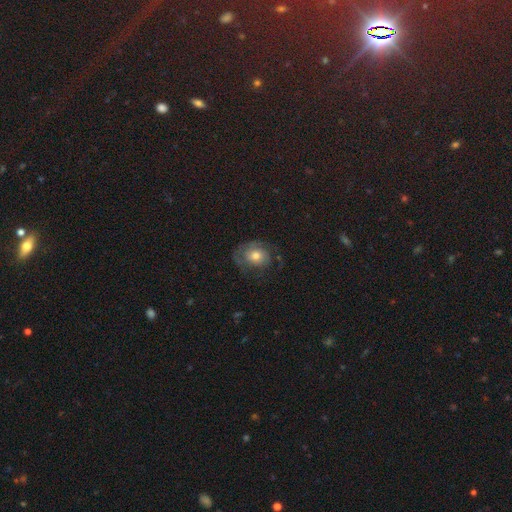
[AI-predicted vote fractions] Smooth or featured: featured or disk — 53% (smooth — 38%)
Edge-on disk: no — 97% (yes — 3%)
Bar: no — 83% (weak — 14%)
Spiral arms: yes — 75% (no — 25%)
Bulge size: moderate — 64% (small — 18%)
Merging: none — 60% (minor disturbance — 21%)